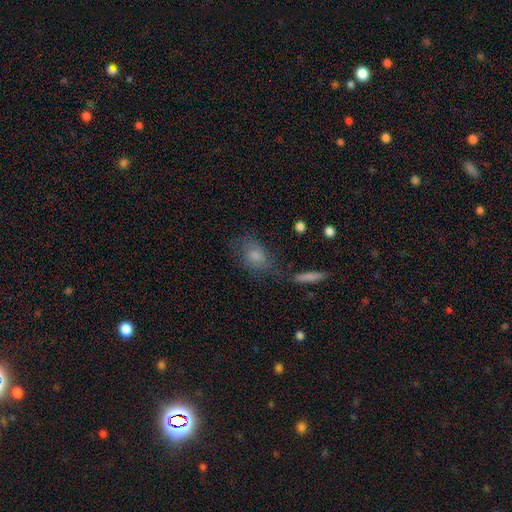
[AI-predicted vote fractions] smooth_or_featured: smooth (p=0.68) [alt: featured or disk p=0.21]
how_rounded: in between (p=0.75) [alt: round p=0.20]
merging: none (p=0.56) [alt: minor disturbance p=0.21]